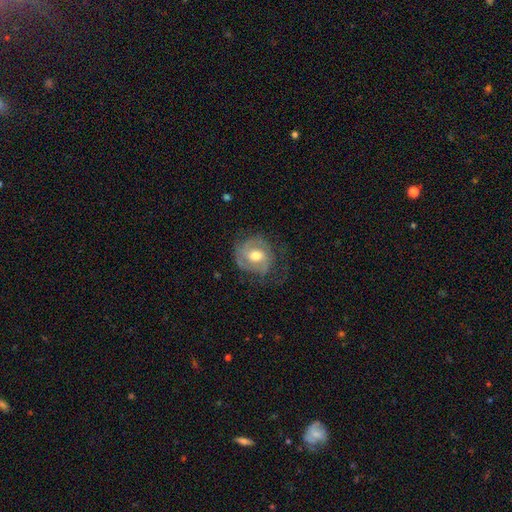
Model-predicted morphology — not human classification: smooth-or-featured: featured or disk: 73% | smooth: 21% | star or artifact: 6%
  disk-edge-on: no: 97% | yes: 3%
    bar: no: 44% | weak: 43% | strong: 13%
    has-spiral-arms: yes: 88% | no: 12%
      spiral-winding: tight: 46% | medium: 39% | loose: 15%
      spiral-arm-count: 2: 53% | can't tell: 21% | 3: 12% | 1: 8% | 4: 3% | more than 4: 2%
    bulge-size: moderate: 73% | small: 14% | large: 10% | none: 1% | dominant: 1%
  merging: none: 59% | minor disturbance: 22% | major disturbance: 17% | merger: 1%